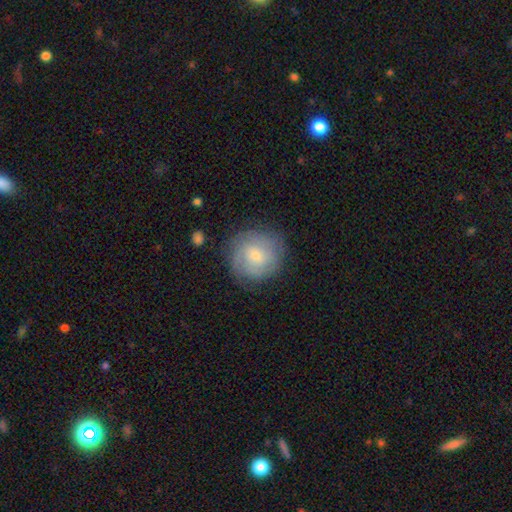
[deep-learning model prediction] Overall: smooth (46%, tied with featured or disk). Merging: none (81%).